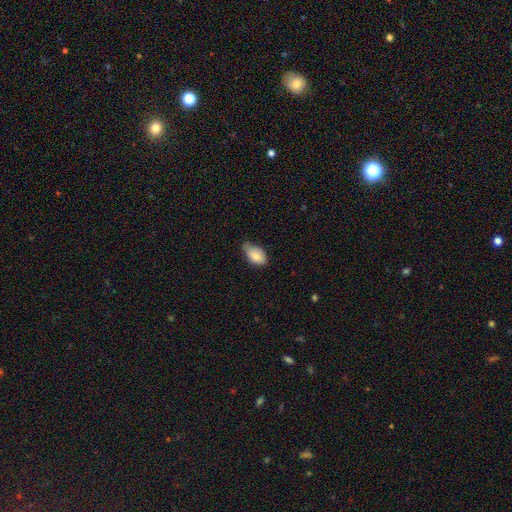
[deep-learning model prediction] smooth_or_featured: smooth (p=0.85) [alt: featured or disk p=0.09]
how_rounded: in between (p=0.93) [alt: round p=0.04]
merging: none (p=0.47) [alt: minor disturbance p=0.44]